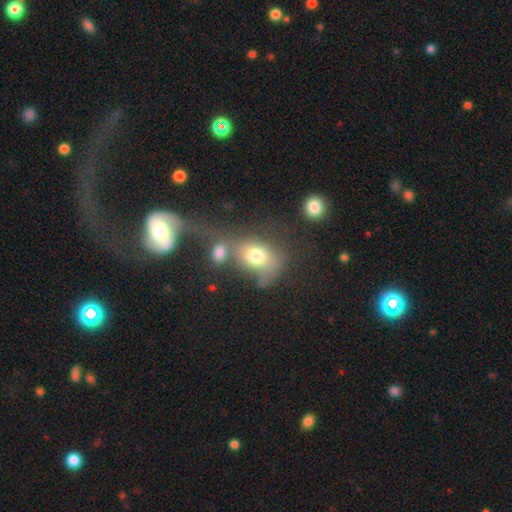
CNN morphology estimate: Smooth or featured? smooth (69%)
How rounded? in between (67%)
Merging? merger (40%)